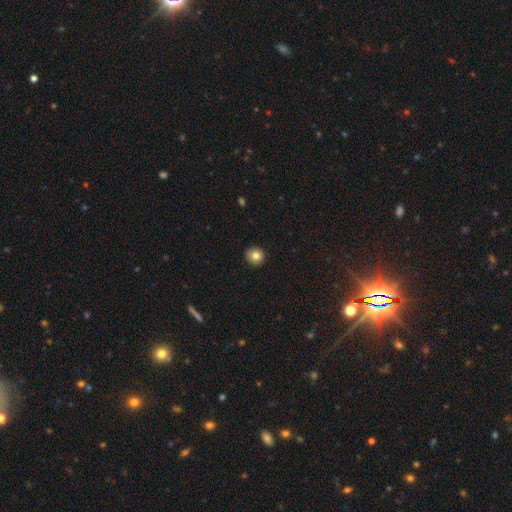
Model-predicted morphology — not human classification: A smooth galaxy with no disk features (81%) that is round (90%).

Vote fractions:
- Smooth or featured? smooth: 81% / star or artifact: 10% / featured or disk: 9%
- How rounded? round: 90% / in between: 9% / cigar-shaped: 1%
- Merging? none: 91% / minor disturbance: 7% / major disturbance: 2% / merger: 1%